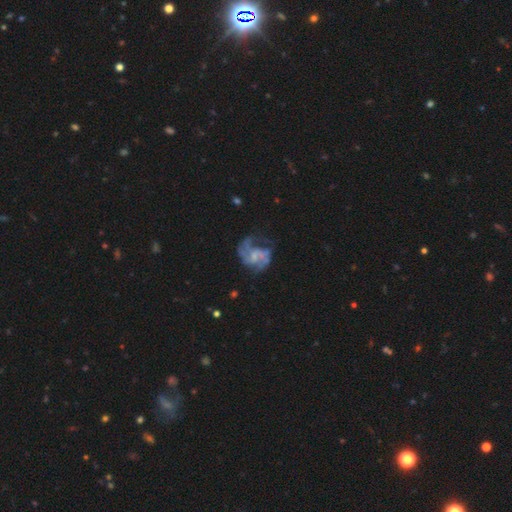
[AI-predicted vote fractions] A featured or disk galaxy (75%) with no bar (58%), 2 (44%) medium (43%) spiral arms (79%) and no central bulge (40%).

Vote fractions:
- Smooth or featured? featured or disk: 75% / smooth: 16% / star or artifact: 9%
- Edge-on disk? no: 98% / yes: 2%
- Bar? no: 58% / weak: 35% / strong: 7%
- Spiral arms? yes: 79% / no: 21%
- Spiral winding? medium: 43% / loose: 39% / tight: 18%
- Spiral arm count? 2: 44% / can't tell: 24% / 3: 17% / 1: 7% / 4: 4% / more than 4: 4%
- Bulge size? none: 40% / small: 37% / moderate: 18% / large: 3% / dominant: 1%
- Merging? none: 44% / major disturbance: 32% / minor disturbance: 21% / merger: 4%